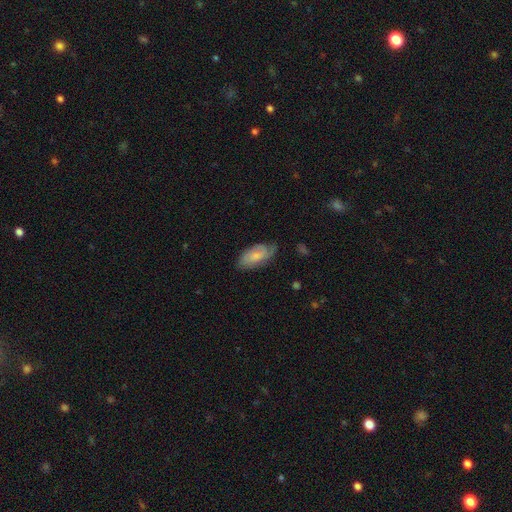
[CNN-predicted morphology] smooth 53%, featured or disk 40%, star or artifact 6%. Down the decision tree: how rounded — in between (90%); merging — none (63%).